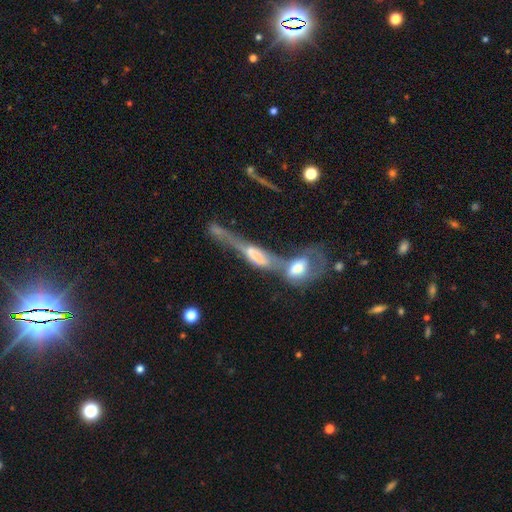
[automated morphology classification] Smooth or featured?
  - featured or disk: 51% *
  - smooth: 38%
  - star or artifact: 11%
Edge-on disk?
  - yes: 51% *
  - no: 49%
Merging?
  - merger: 70% *
  - major disturbance: 13%
  - none: 11%
  - minor disturbance: 7%